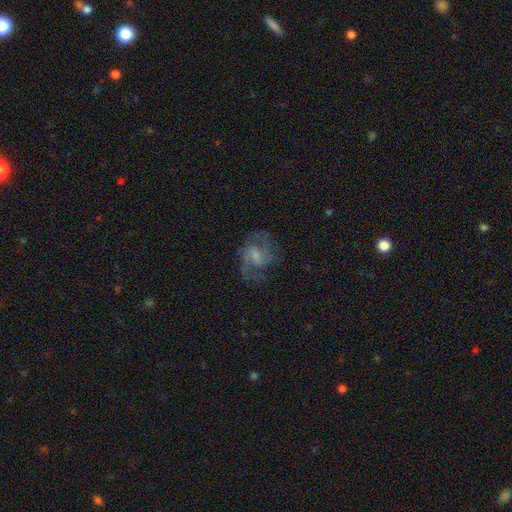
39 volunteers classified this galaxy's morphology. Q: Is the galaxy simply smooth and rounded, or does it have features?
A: featured or disk — 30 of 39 (77%).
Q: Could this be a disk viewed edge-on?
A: no — 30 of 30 (100%).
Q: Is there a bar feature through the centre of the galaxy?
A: weak — 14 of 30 (47%).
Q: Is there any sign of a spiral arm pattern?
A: yes — 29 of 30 (97%).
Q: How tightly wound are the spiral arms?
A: medium — 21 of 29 (72%).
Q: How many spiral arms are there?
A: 2 — 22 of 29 (76%).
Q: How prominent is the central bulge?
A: small — 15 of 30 (50%).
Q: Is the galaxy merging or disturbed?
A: none — 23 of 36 (64%).